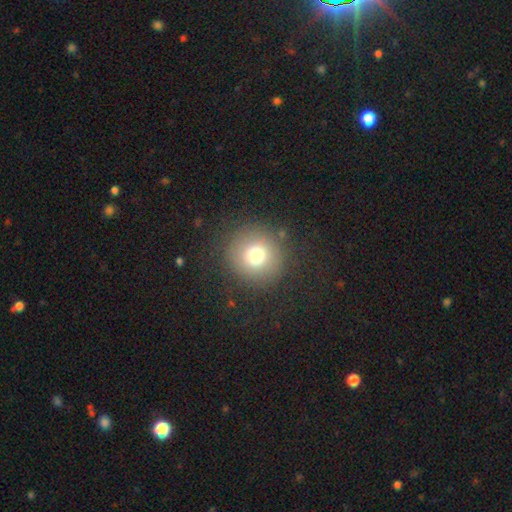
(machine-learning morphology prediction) Q: Smooth or featured?
A: smooth (74%); runner-up: star or artifact (15%)
Q: How rounded?
A: round (94%); runner-up: in between (5%)
Q: Merging?
A: none (87%); runner-up: minor disturbance (7%)